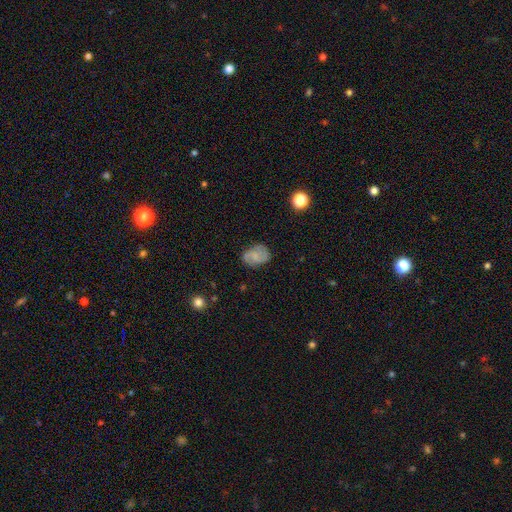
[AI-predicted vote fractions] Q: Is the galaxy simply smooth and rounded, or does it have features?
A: featured or disk — 49%.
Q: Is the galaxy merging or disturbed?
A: none — 72%.